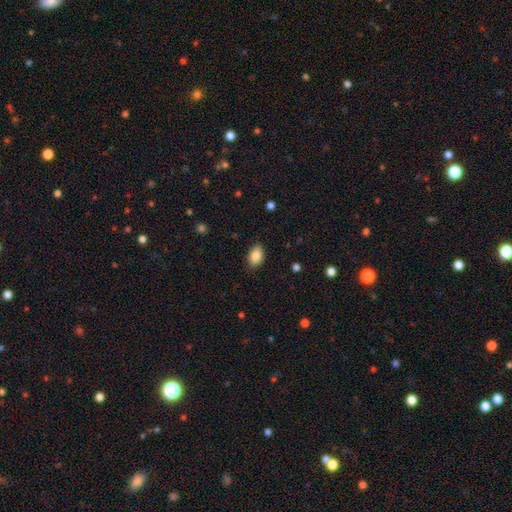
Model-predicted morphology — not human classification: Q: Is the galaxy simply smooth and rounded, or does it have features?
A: smooth — 87%.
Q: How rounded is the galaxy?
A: in between — 87%.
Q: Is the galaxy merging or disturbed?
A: none — 85%.